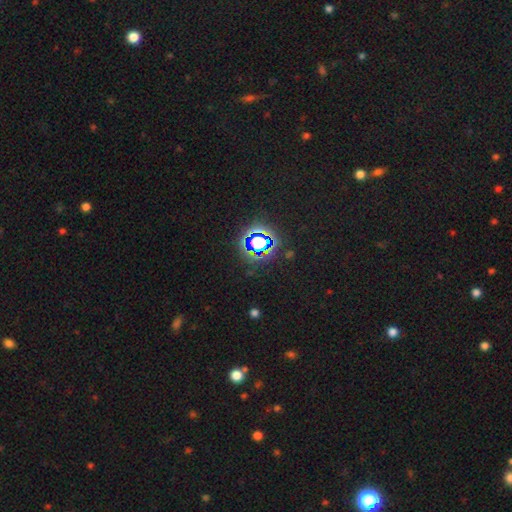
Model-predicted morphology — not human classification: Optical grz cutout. It shows a star or artifact, not a galaxy (74%).